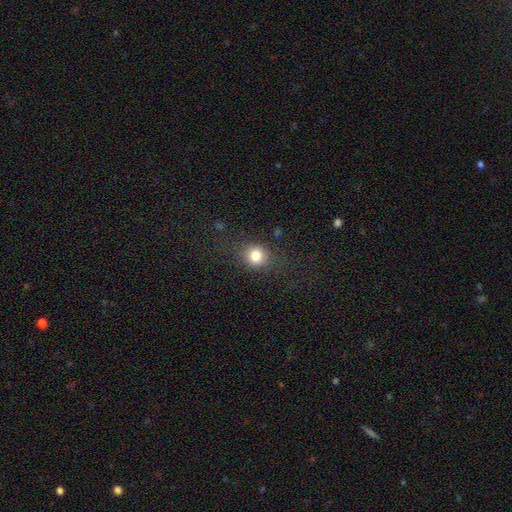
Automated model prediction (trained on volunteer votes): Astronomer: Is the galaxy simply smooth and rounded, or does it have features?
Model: smooth — 80%.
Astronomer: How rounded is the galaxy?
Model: round — 69%.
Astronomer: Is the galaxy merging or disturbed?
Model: none — 77%.